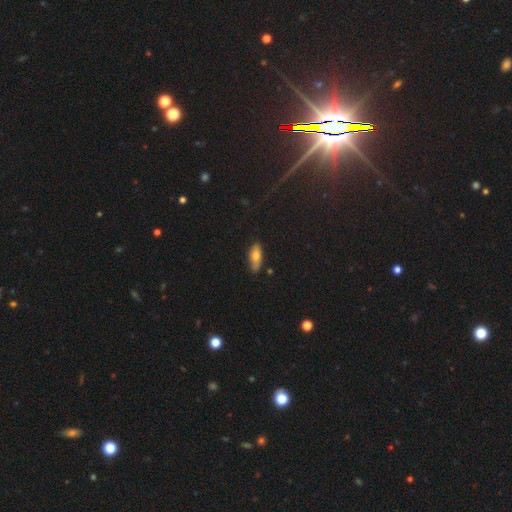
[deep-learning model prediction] Q: Smooth or featured?
A: smooth (71%); runner-up: featured or disk (21%)
Q: How rounded?
A: in between (73%); runner-up: cigar-shaped (23%)
Q: Merging?
A: none (78%); runner-up: minor disturbance (18%)